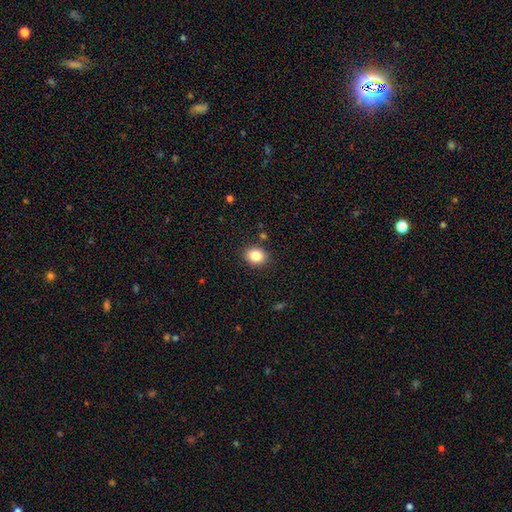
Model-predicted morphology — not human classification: Smooth or featured: smooth — 84% (star or artifact — 10%)
How rounded: round — 61% (in between — 38%)
Merging: none — 88% (minor disturbance — 8%)